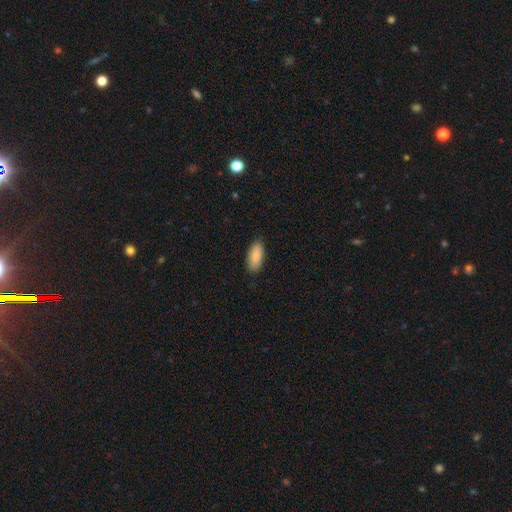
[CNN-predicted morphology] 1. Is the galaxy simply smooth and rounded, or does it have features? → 90% smooth, 6% star or artifact, 5% featured or disk.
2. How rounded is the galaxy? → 86% in between, 13% cigar-shaped, 2% round.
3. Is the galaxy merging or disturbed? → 89% none, 8% minor disturbance, 2% major disturbance, 1% merger.